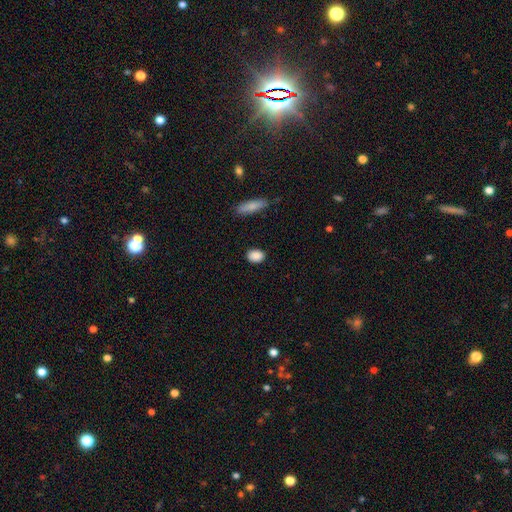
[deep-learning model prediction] A smooth galaxy with no disk features (89%) that is in between round and cigar-shaped (67%).

Vote fractions:
- Smooth or featured? smooth: 89% / star or artifact: 8% / featured or disk: 4%
- How rounded? in between: 67% / round: 30% / cigar-shaped: 2%
- Merging? none: 88% / minor disturbance: 9% / major disturbance: 2% / merger: 1%